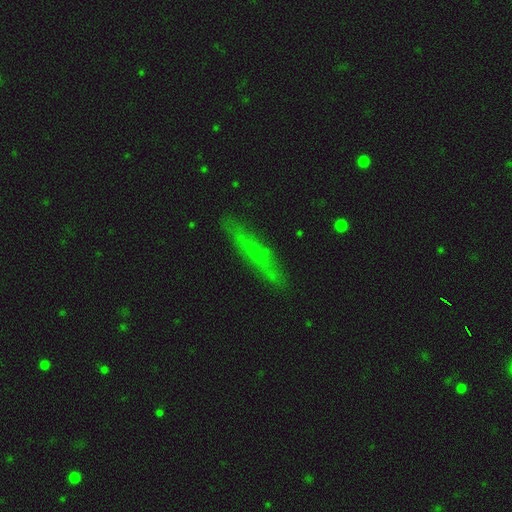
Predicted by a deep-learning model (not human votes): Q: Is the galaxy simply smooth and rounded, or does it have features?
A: smooth — 54%.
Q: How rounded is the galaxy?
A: cigar-shaped — 89%.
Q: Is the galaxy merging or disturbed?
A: none — 83%.